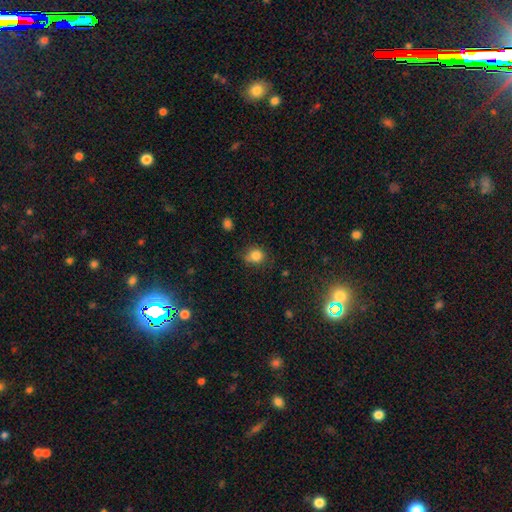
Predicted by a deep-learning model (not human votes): smooth 83%, star or artifact 11%, featured or disk 6%. Down the decision tree: how rounded — round (69%); merging — none (64%).